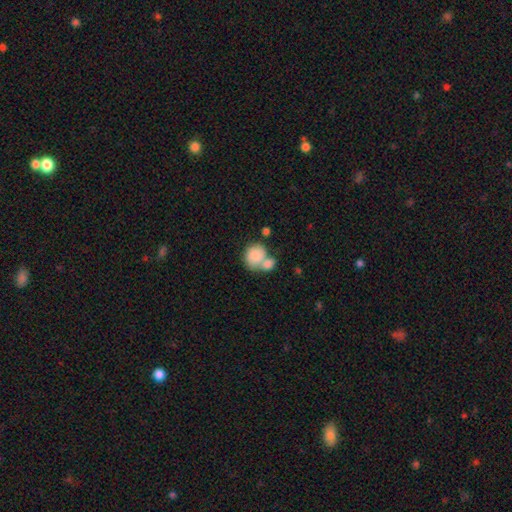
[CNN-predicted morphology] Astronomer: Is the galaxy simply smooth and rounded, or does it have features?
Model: smooth — 82%.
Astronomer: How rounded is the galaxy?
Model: round — 69%.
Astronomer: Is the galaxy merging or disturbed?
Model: merger — 58%.